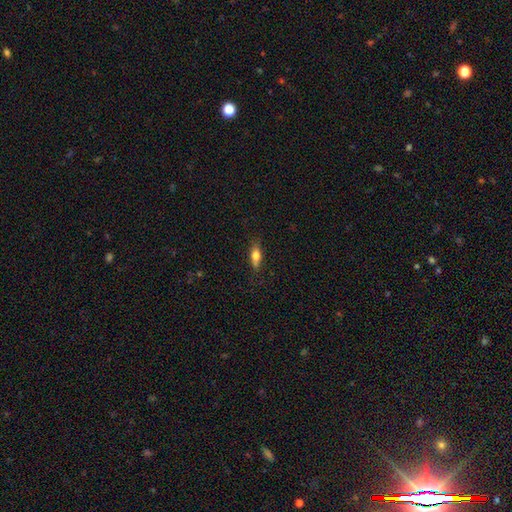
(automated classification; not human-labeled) smooth-or-featured: smooth: 69% | featured or disk: 24% | star or artifact: 8%
  how-rounded: in between: 65% | cigar-shaped: 31% | round: 4%
  merging: none: 80% | minor disturbance: 15% | major disturbance: 4% | merger: 2%